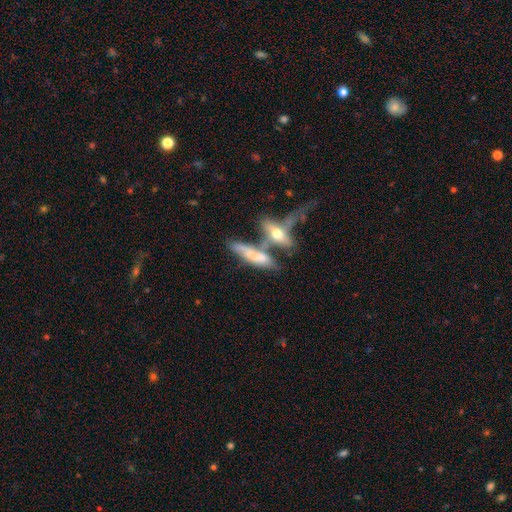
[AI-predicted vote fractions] Overall: featured or disk (46%; smooth 45%). Merging: merger (54%; none 24%).